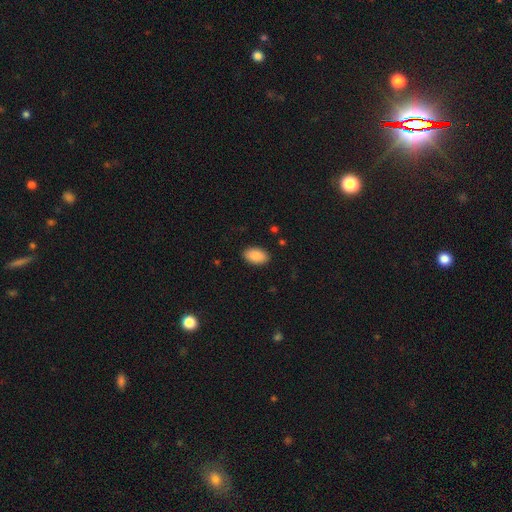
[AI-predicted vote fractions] Smooth or featured? smooth (89%)
How rounded? in between (93%)
Merging? none (89%)